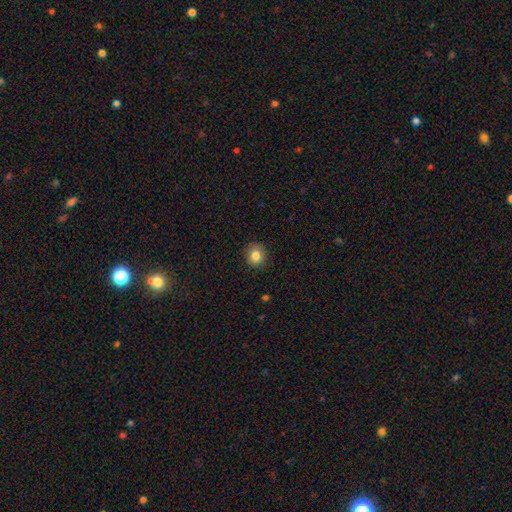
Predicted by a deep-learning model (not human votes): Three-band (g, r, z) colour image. It shows a smooth galaxy with no disk features (83%) that is round (81%). Merging: none (88%).